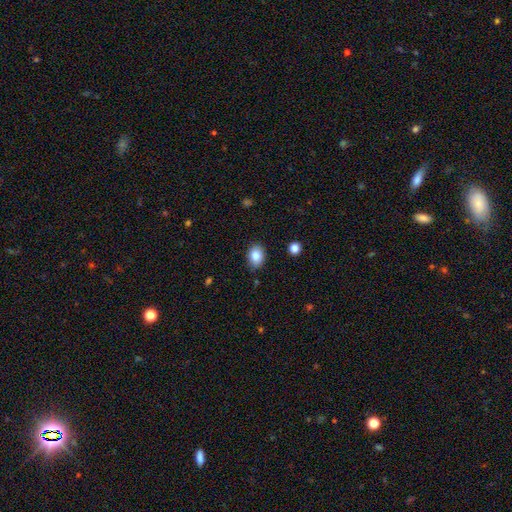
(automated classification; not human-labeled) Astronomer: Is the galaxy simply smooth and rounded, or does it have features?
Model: smooth — 85%.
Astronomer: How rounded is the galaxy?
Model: in between — 71%.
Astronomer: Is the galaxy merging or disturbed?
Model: none — 84%.